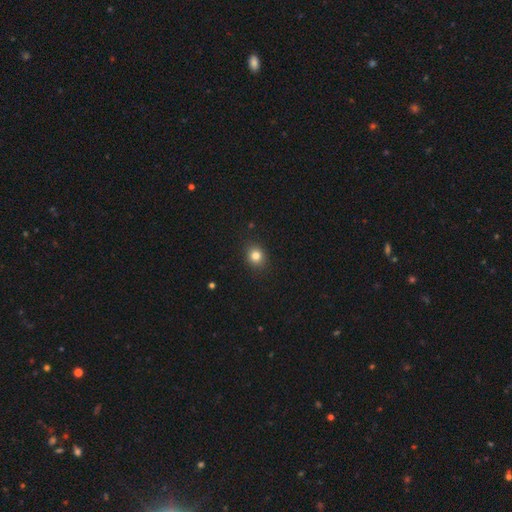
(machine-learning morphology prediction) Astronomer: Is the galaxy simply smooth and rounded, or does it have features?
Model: smooth — 82%.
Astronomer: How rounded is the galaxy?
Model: round — 75%.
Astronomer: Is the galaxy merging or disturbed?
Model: none — 90%.